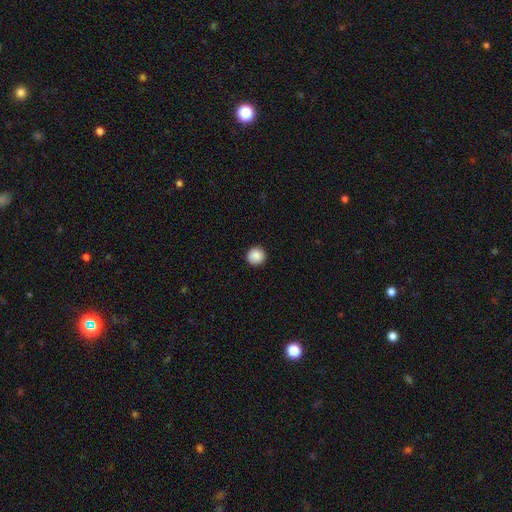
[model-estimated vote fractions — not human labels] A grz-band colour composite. It shows a smooth galaxy with no disk features (89%) that is round (95%). Merging: none (93%).